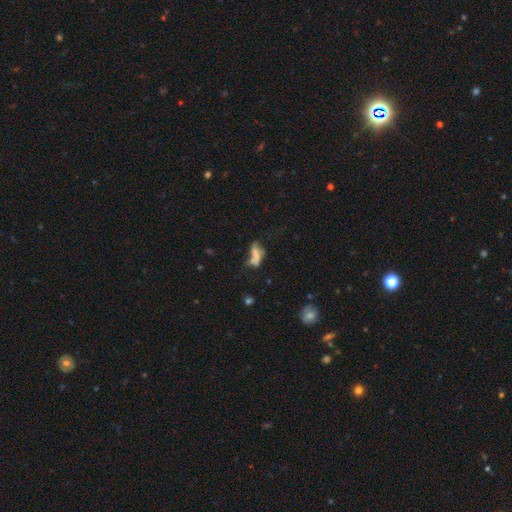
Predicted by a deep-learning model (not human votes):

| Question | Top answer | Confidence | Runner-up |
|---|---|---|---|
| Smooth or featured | smooth | 52% | featured or disk (34%) |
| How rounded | in between | 73% | cigar-shaped (22%) |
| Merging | major disturbance | 27% | tied: none (27%) |